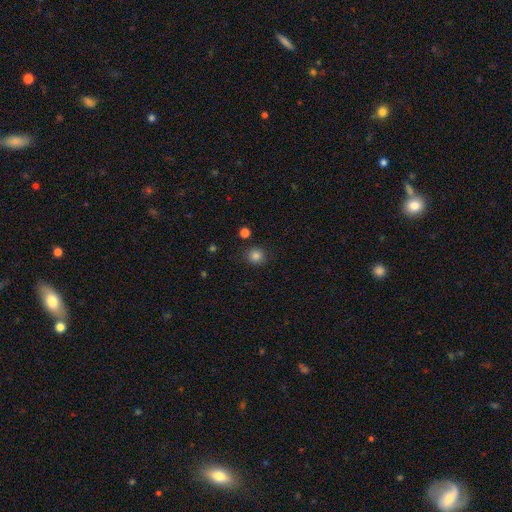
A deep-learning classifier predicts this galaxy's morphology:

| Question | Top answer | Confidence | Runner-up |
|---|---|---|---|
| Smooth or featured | smooth | 83% | star or artifact (12%) |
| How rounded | round | 91% | in between (8%) |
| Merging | none | 88% | minor disturbance (7%) |